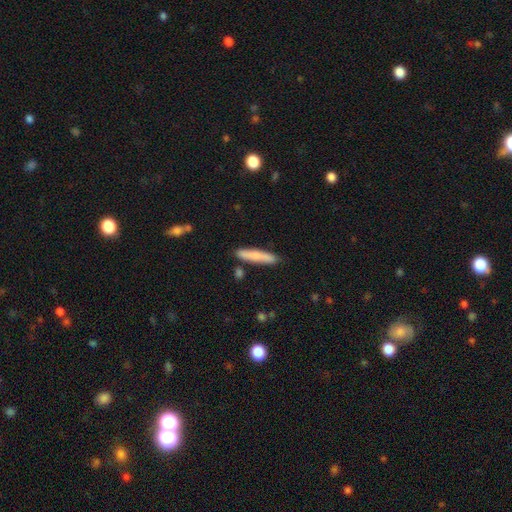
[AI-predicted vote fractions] This is likely a smooth galaxy (74%). How rounded: clearly cigar-shaped (90%). Merging: clearly none (84%).